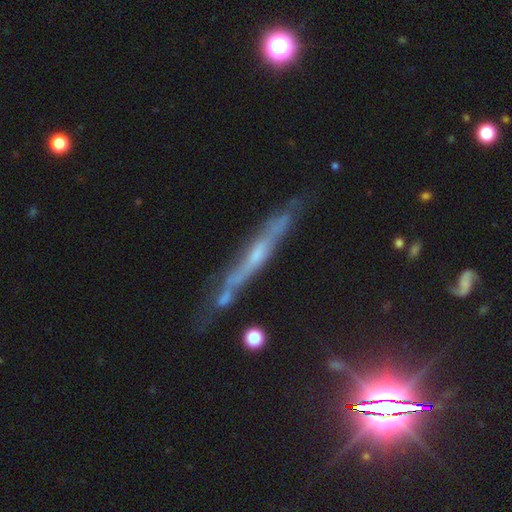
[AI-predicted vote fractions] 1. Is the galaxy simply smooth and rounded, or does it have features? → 68% featured or disk, 22% smooth, 10% star or artifact.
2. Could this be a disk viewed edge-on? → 85% yes, 15% no.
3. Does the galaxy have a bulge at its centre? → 56% none, 36% rounded, 8% boxy.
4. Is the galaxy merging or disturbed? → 66% none, 22% minor disturbance, 6% merger, 6% major disturbance.